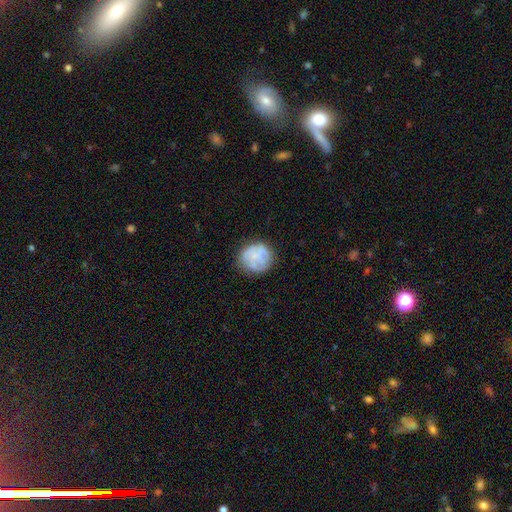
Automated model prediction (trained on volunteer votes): Smooth or featured? Predicted: smooth (p=0.57). How rounded? Predicted: round (p=0.84). Merging? Predicted: none (p=0.70).